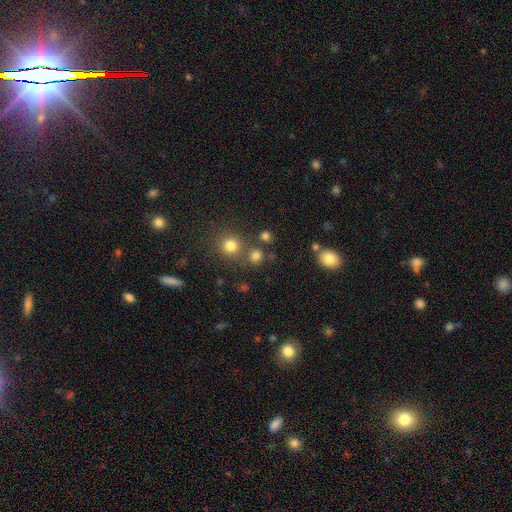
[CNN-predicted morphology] A smooth galaxy with no disk features (76%) that is round (87%).

Vote fractions:
- Smooth or featured? smooth: 76% / star or artifact: 18% / featured or disk: 6%
- How rounded? round: 87% / in between: 12% / cigar-shaped: 1%
- Merging? none: 72% / merger: 16% / minor disturbance: 8% / major disturbance: 4%